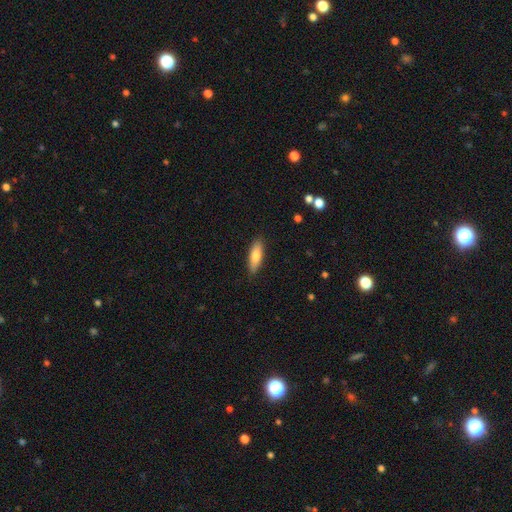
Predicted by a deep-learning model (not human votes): Smooth or featured: smooth — 77% (featured or disk — 17%)
How rounded: in between — 55% (cigar-shaped — 43%)
Merging: none — 88% (minor disturbance — 10%)